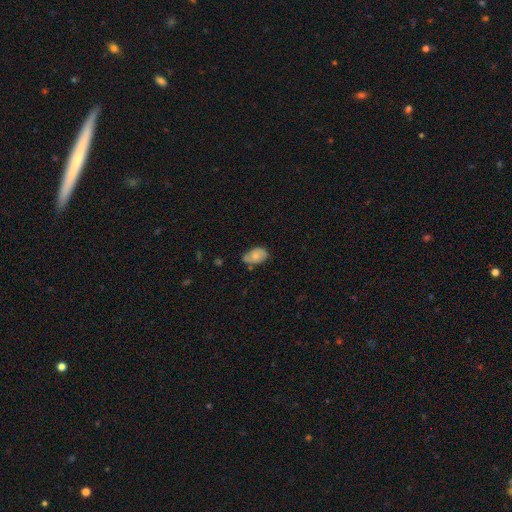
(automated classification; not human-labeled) This is likely a smooth galaxy (61%). How rounded: clearly in between (88%). Merging: possibly none (58%).